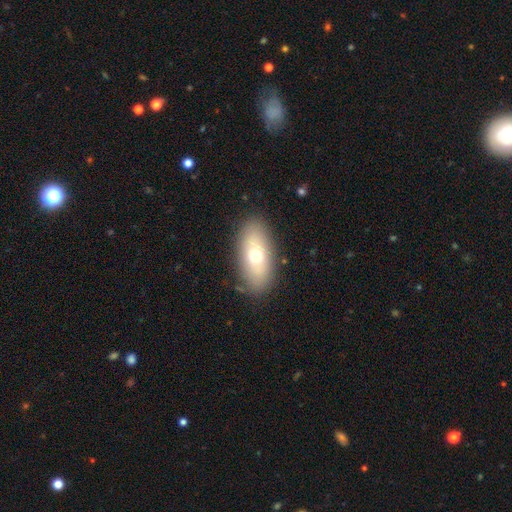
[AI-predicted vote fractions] Morphology: type=smooth (66%); roundness=in between (87%); merging=none (84%).